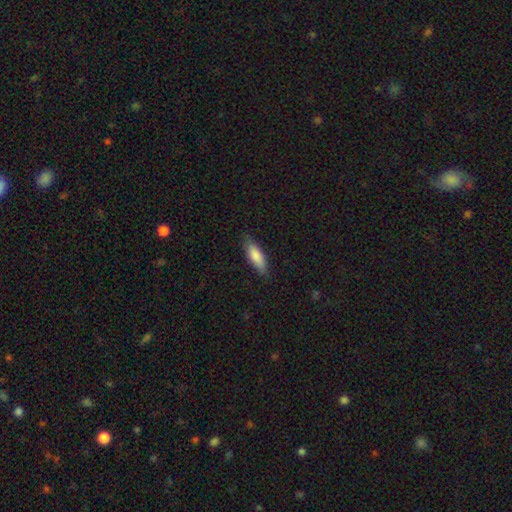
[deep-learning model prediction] This appears to be a smooth galaxy with no disk features (83%) that is in between round and cigar-shaped (58%). Merging: none (82%).